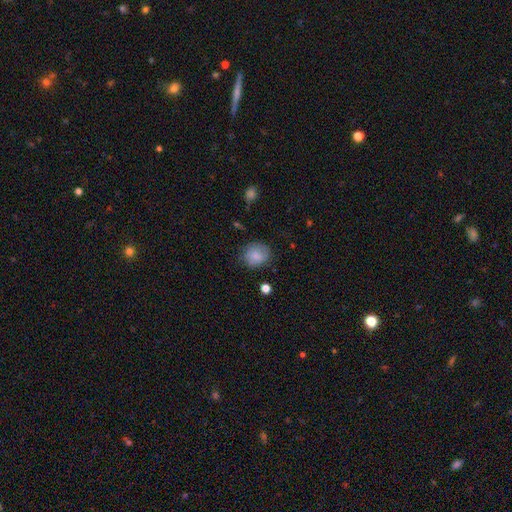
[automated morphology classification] Q: Smooth or featured?
A: smooth (82%); runner-up: featured or disk (10%)
Q: How rounded?
A: round (71%); runner-up: in between (28%)
Q: Merging?
A: none (75%); runner-up: minor disturbance (19%)